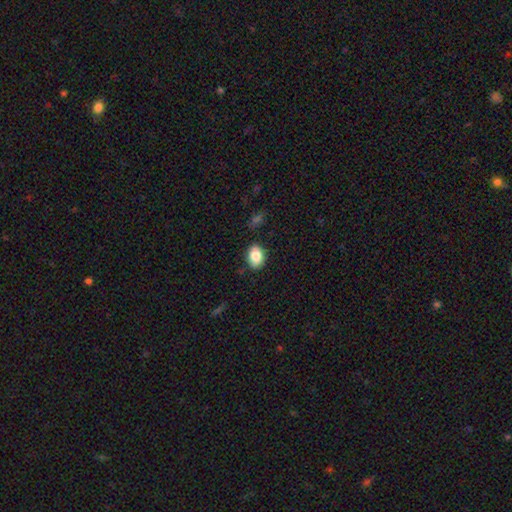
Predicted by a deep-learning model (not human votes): Smooth or featured? smooth (85%)
How rounded? in between (74%)
Merging? none (83%)